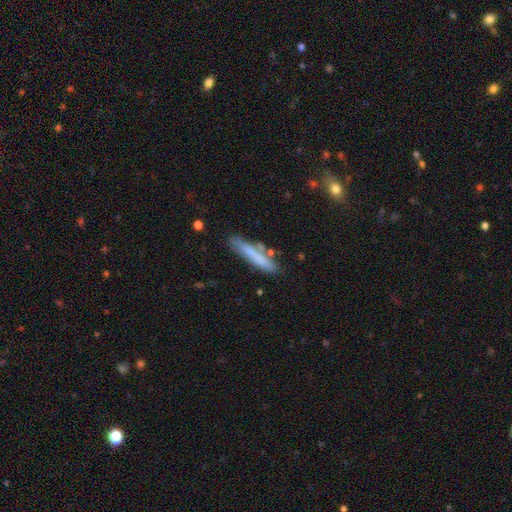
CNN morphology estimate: Overall: smooth (72%). How rounded: cigar-shaped (90%). Merging: none (76%).